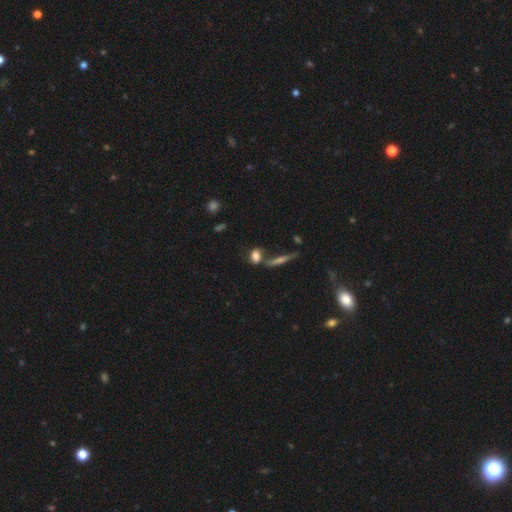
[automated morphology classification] type=smooth (70%); roundness=in between (65%); merging=none (51%).